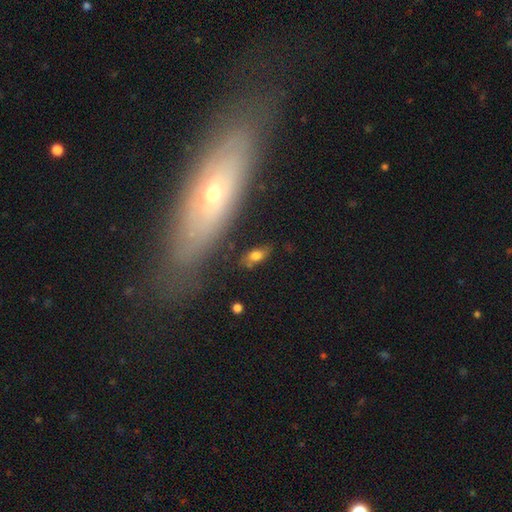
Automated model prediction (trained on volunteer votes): A smooth galaxy with no disk features (70%) that is in between round and cigar-shaped (82%). Merging: none (68%).